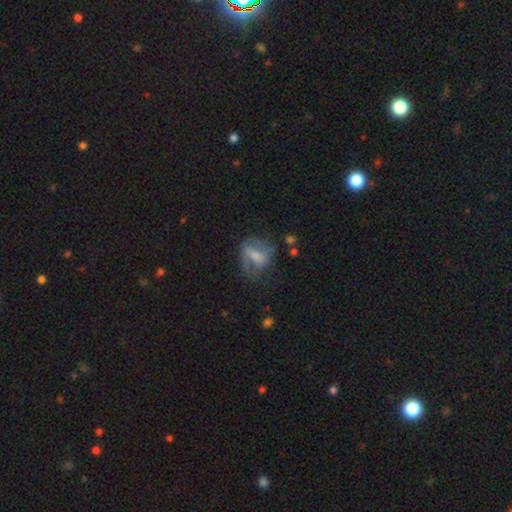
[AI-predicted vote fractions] Smooth or featured? Predicted: featured or disk (p=0.51). Edge-on disk? Predicted: no (p=0.94). Merging? Predicted: none (p=0.45).